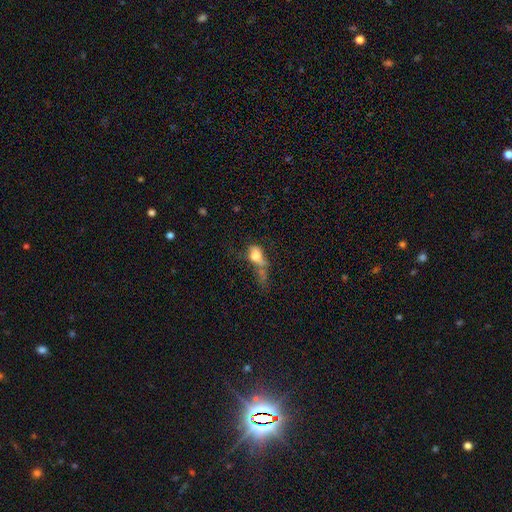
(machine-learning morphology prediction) smooth 67%, featured or disk 21%, star or artifact 12%. Down the decision tree: how rounded — in between (73%); merging — major disturbance (36%).